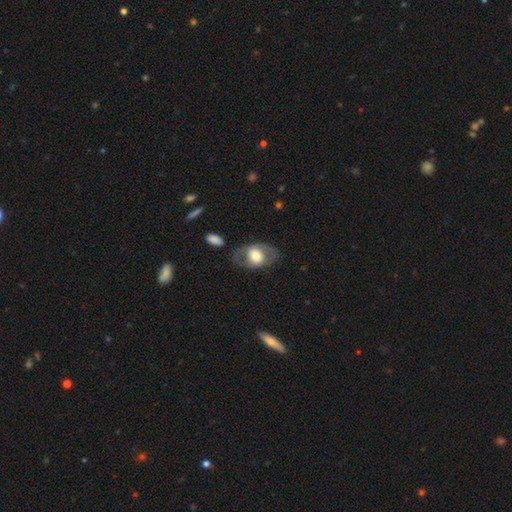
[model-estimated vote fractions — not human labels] smooth 51%, featured or disk 43%, star or artifact 6%. Down the decision tree: how rounded — in between (75%); merging — none (71%).